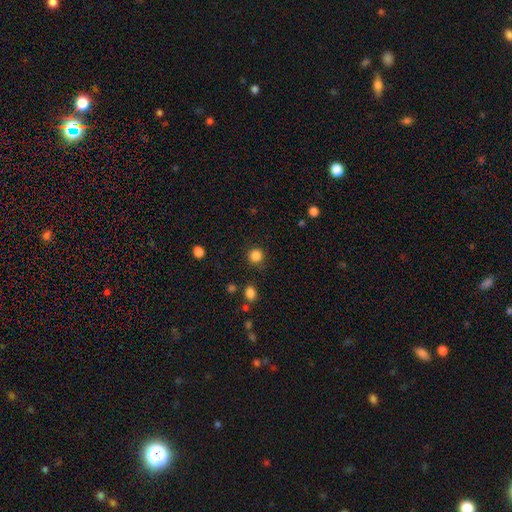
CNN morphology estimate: A smooth galaxy with no disk features (85%) that is round (93%). Merging: none (87%).